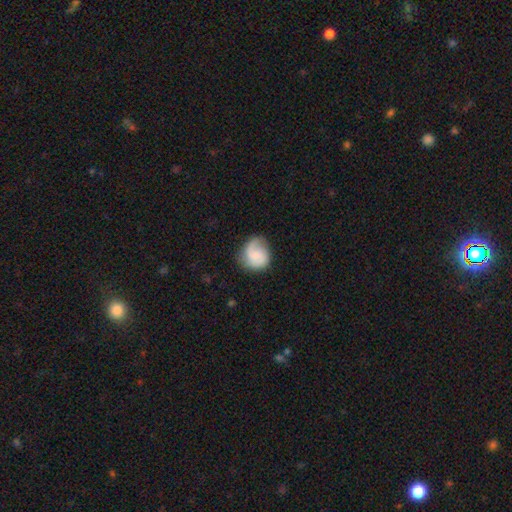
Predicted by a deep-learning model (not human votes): Overall: smooth (50%; featured or disk 42%). How rounded: round (75%). Merging: none (61%; minor disturbance 25%).